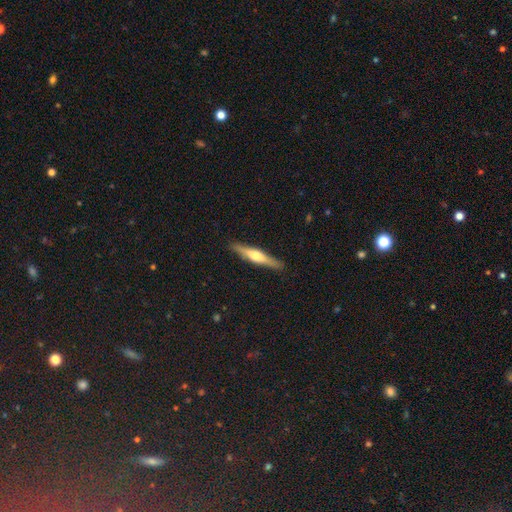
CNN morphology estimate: A featured or disk galaxy (60%) viewed edge-on (96%) with a rounded central bulge (87%). Merging: none (90%).